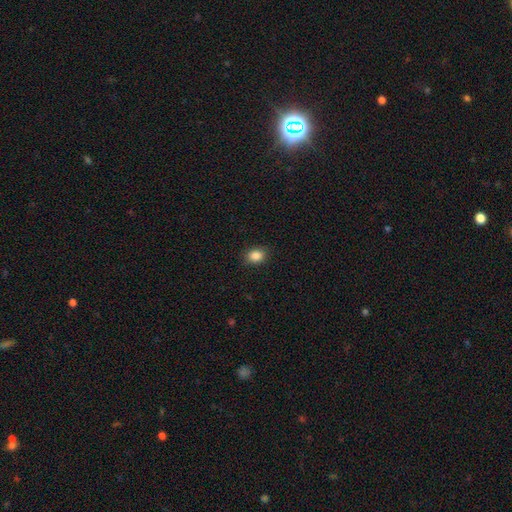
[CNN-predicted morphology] Overall: smooth (87%). How rounded: in between (57%; round 42%). Merging: none (87%).